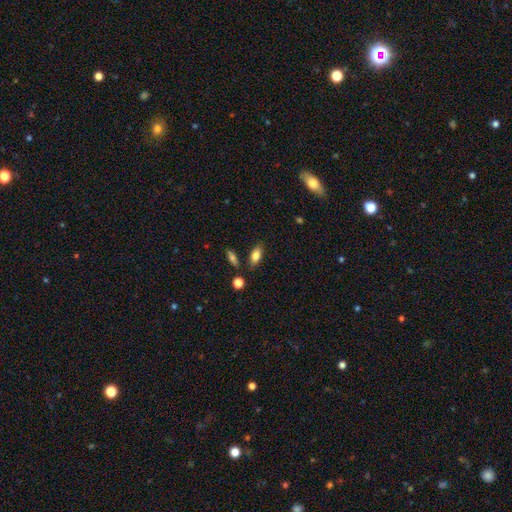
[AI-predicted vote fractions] smooth-or-featured: smooth: 81% | featured or disk: 12% | star or artifact: 8%
  how-rounded: in between: 85% | cigar-shaped: 11% | round: 4%
  merging: none: 78% | minor disturbance: 12% | merger: 6% | major disturbance: 3%